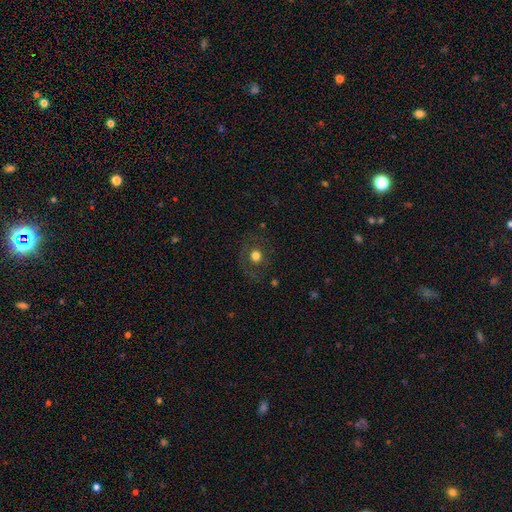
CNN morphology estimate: This appears to be a smooth galaxy with no disk features (59%) that is round (82%). Merging: none (76%).